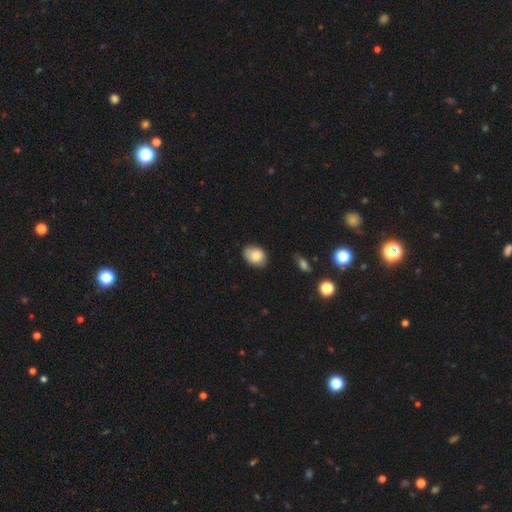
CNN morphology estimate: smooth_or_featured: smooth (p=0.83) [alt: featured or disk p=0.09]
how_rounded: in between (p=0.68) [alt: round p=0.31]
merging: none (p=0.74) [alt: minor disturbance p=0.22]